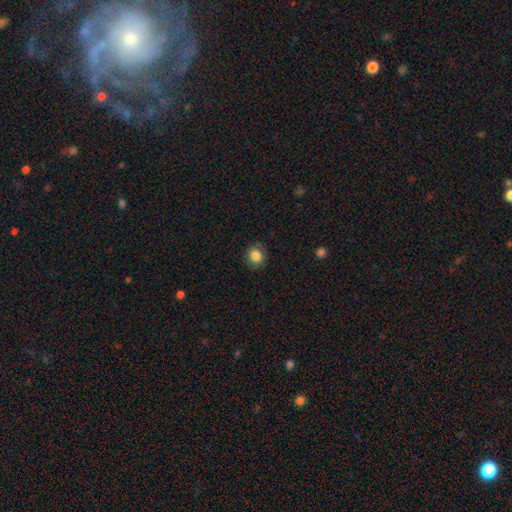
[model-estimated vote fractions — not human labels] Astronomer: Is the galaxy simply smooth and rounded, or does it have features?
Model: smooth — 84%.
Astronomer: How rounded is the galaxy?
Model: round — 74%.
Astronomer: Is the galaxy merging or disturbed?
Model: none — 83%.